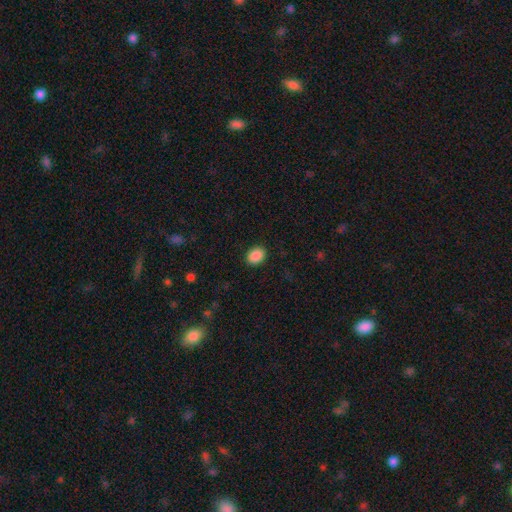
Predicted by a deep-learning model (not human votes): Smooth or featured: smooth — 90% (star or artifact — 8%)
How rounded: in between — 67% (round — 32%)
Merging: none — 90% (minor disturbance — 7%)